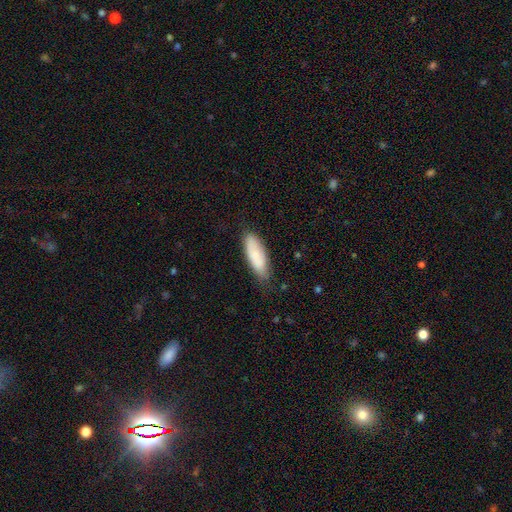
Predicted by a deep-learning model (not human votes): Smooth or featured? smooth (80%)
How rounded? in between (65%)
Merging? none (74%)